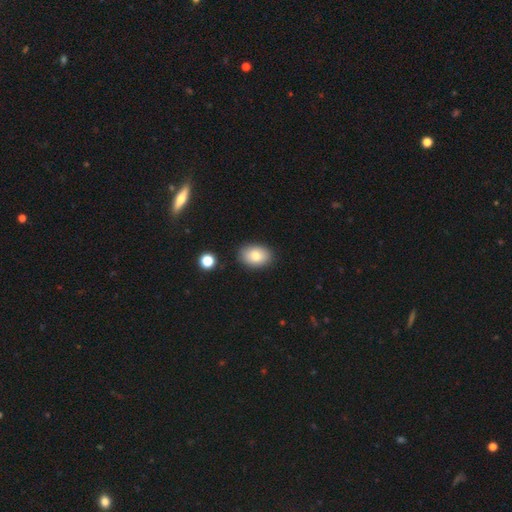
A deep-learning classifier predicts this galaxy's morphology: Smooth or featured: smooth — 82% (featured or disk — 10%)
How rounded: in between — 80% (round — 19%)
Merging: none — 86% (minor disturbance — 10%)